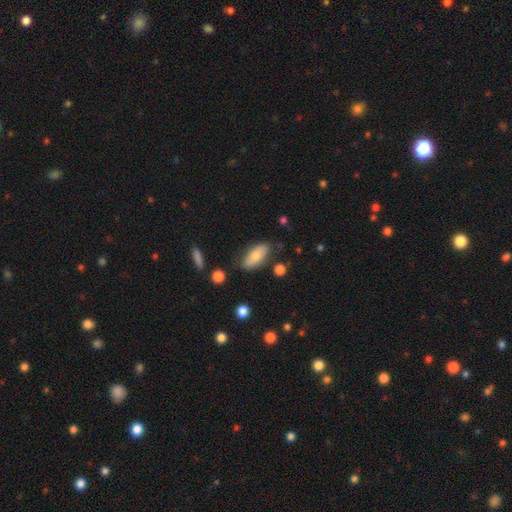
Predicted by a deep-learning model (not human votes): A smooth galaxy with no disk features (70%) that is in between round and cigar-shaped (83%). Merging: none (76%).